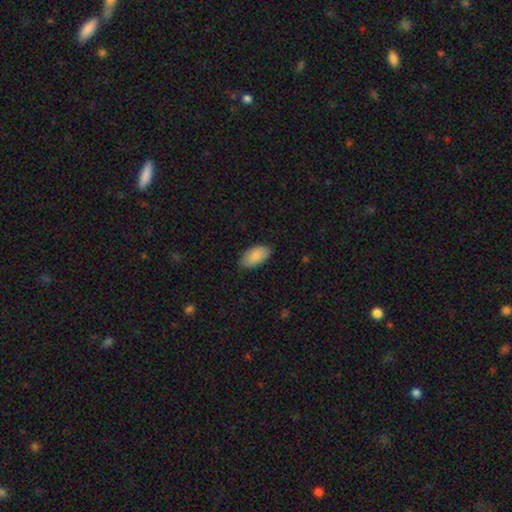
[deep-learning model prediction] Smooth or featured?
  - smooth: 89% *
  - star or artifact: 6%
  - featured or disk: 5%
How rounded?
  - in between: 95% *
  - cigar-shaped: 3%
  - round: 2%
Merging?
  - none: 84% *
  - minor disturbance: 13%
  - major disturbance: 2%
  - merger: 1%